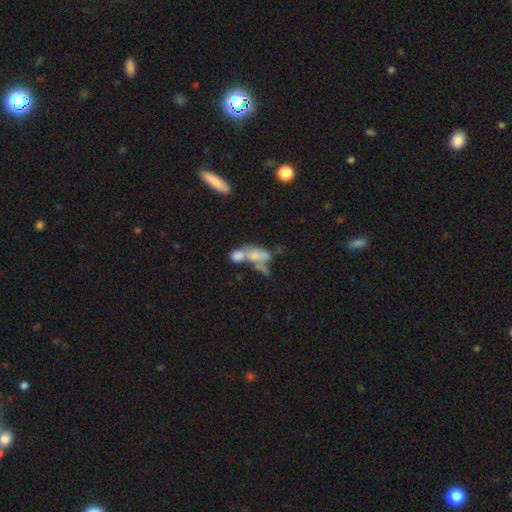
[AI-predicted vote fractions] Overall: smooth (55%; featured or disk 34%). How rounded: in between (78%). Merging: merger (65%).